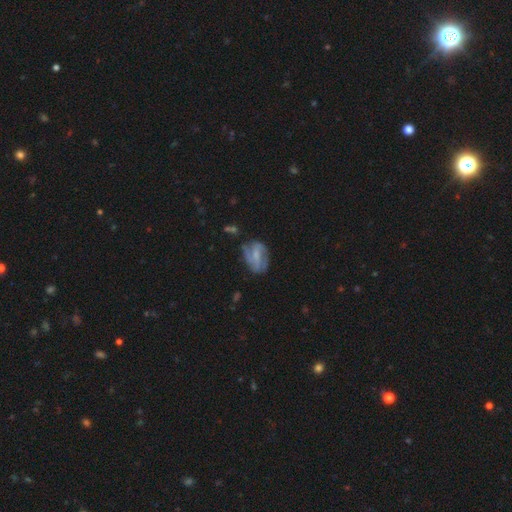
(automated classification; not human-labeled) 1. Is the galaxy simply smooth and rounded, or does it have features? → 71% featured or disk, 22% smooth, 7% star or artifact.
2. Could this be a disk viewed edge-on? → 97% no, 3% yes.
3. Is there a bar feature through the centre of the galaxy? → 47% weak, 30% no, 22% strong.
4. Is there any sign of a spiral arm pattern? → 85% yes, 15% no.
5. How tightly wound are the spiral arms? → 45% medium, 30% loose, 26% tight.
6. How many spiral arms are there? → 53% 2, 19% can't tell, 18% 3, 5% 1, 4% 4, 3% more than 4.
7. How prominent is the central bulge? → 47% small, 30% moderate, 19% none, 3% large, 1% dominant.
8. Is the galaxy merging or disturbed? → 56% none, 26% minor disturbance, 14% major disturbance, 4% merger.